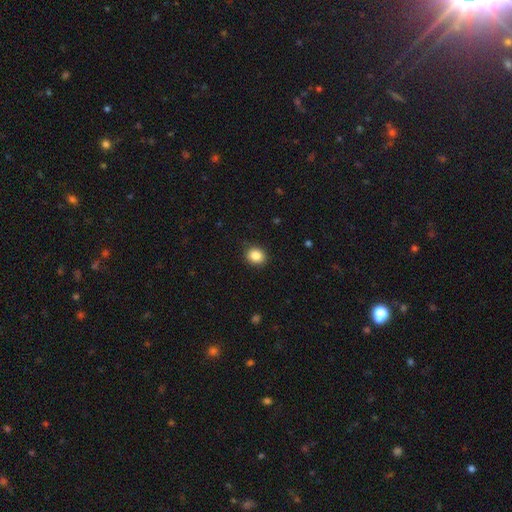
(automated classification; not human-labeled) Smooth or featured? smooth (87%)
How rounded? round (66%)
Merging? none (88%)